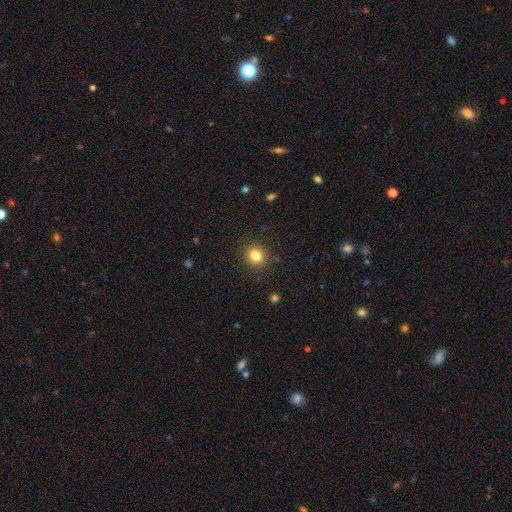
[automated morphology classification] A smooth galaxy with no disk features (82%) that is round (80%).

Vote fractions:
- Smooth or featured? smooth: 82% / star or artifact: 12% / featured or disk: 6%
- How rounded? round: 80% / in between: 20% / cigar-shaped: 1%
- Merging? none: 88% / minor disturbance: 8% / major disturbance: 3% / merger: 1%